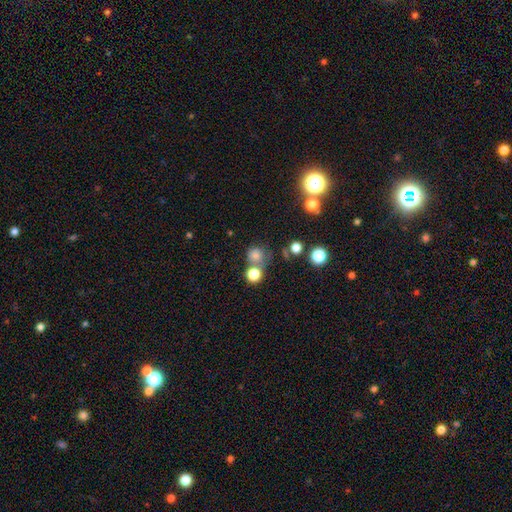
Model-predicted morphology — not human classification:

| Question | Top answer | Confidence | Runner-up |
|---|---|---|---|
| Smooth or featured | smooth | 74% | star or artifact (18%) |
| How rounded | round | 87% | in between (12%) |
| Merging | none | 58% | merger (25%) |